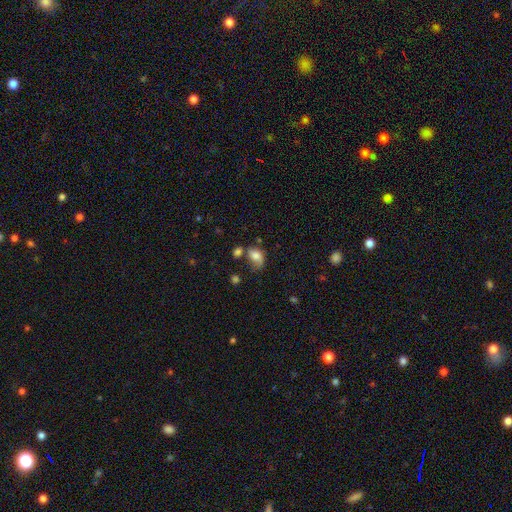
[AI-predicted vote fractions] The model was most divided on "merging": none: 30%, minor disturbance: 29%, major disturbance: 24%, merger: 17%. More confident: how rounded — in between (74%); smooth or featured — smooth (69%).